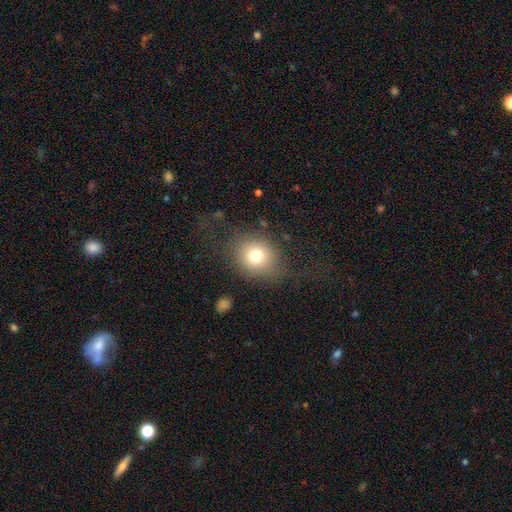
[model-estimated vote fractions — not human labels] smooth 75%, featured or disk 13%, star or artifact 12%. Down the decision tree: how rounded — round (74%); merging — none (69%).